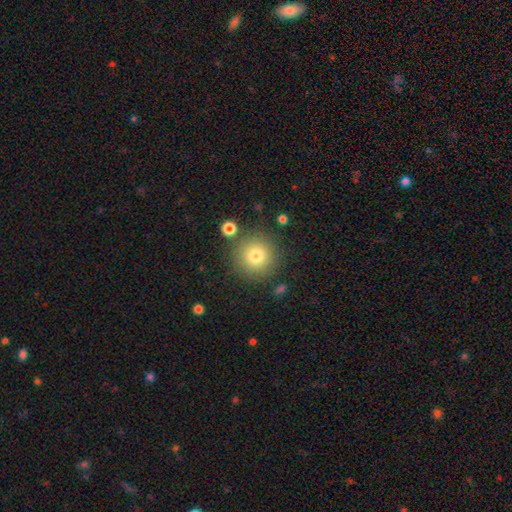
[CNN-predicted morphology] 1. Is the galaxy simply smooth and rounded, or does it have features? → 79% smooth, 12% star or artifact, 10% featured or disk.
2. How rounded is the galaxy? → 96% round, 4% in between, 1% cigar-shaped.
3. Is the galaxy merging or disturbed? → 84% none, 8% minor disturbance, 5% merger, 3% major disturbance.